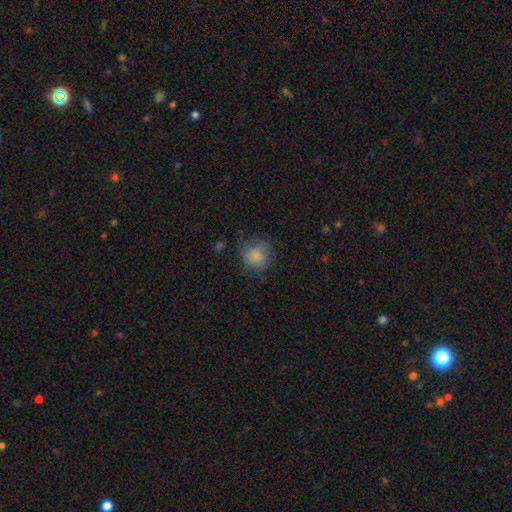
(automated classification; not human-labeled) A smooth galaxy with no disk features (80%) that is round (81%).

Vote fractions:
- Smooth or featured? smooth: 80% / featured or disk: 10% / star or artifact: 10%
- How rounded? round: 81% / in between: 18% / cigar-shaped: 1%
- Merging? none: 61% / minor disturbance: 25% / major disturbance: 12% / merger: 2%